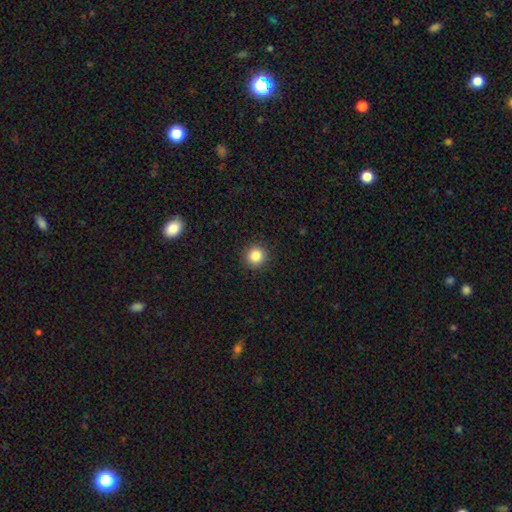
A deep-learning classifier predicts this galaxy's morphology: smooth_or_featured: smooth (p=0.85) [alt: star or artifact p=0.11]
how_rounded: round (p=0.94) [alt: in between p=0.05]
merging: none (p=0.92) [alt: minor disturbance p=0.05]